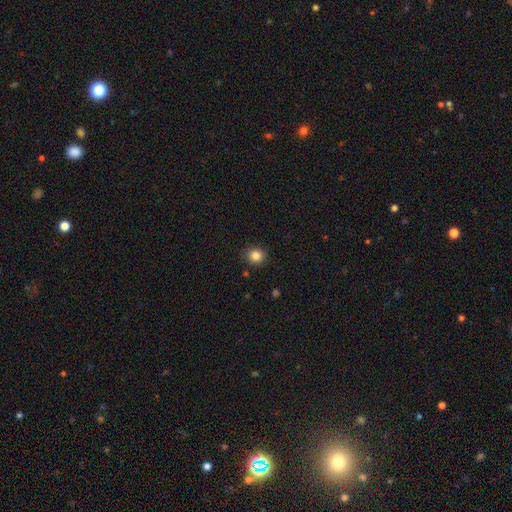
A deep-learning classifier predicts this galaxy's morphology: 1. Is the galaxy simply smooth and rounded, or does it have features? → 84% smooth, 11% star or artifact, 5% featured or disk.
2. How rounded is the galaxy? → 85% round, 15% in between, 1% cigar-shaped.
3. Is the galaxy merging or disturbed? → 88% none, 8% minor disturbance, 2% major disturbance, 1% merger.